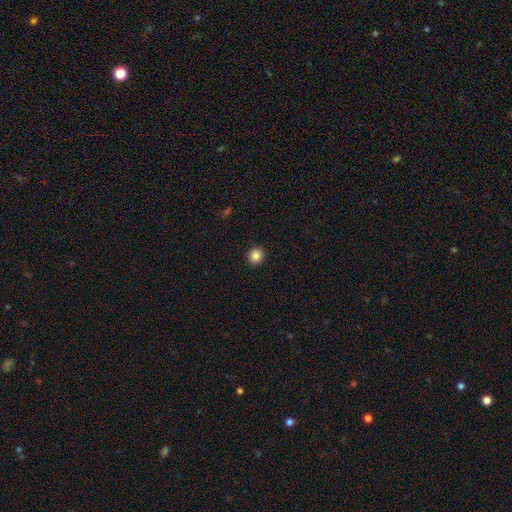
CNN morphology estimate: Smooth or featured? Predicted: smooth (p=0.86). How rounded? Predicted: round (p=0.92). Merging? Predicted: none (p=0.93).